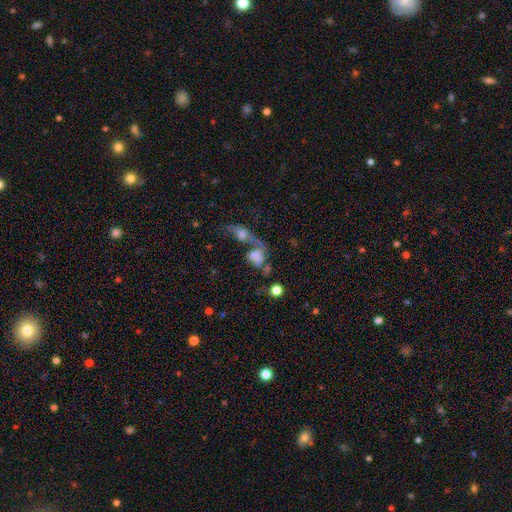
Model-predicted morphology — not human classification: smooth 48%, featured or disk 37%, star or artifact 15%. Down the decision tree: merging — merger (59%).